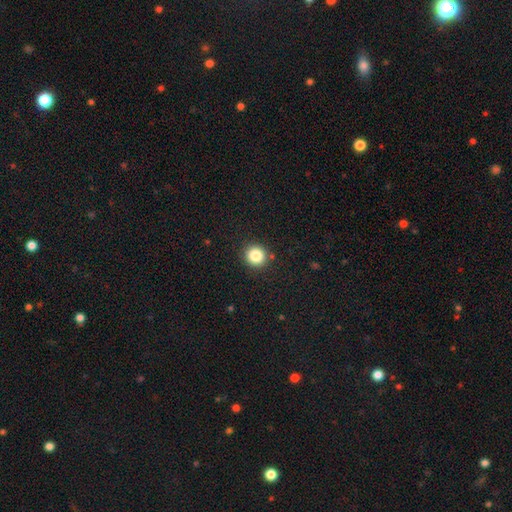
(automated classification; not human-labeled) A smooth galaxy with no disk features (85%) that is round (92%). Merging: none (90%).